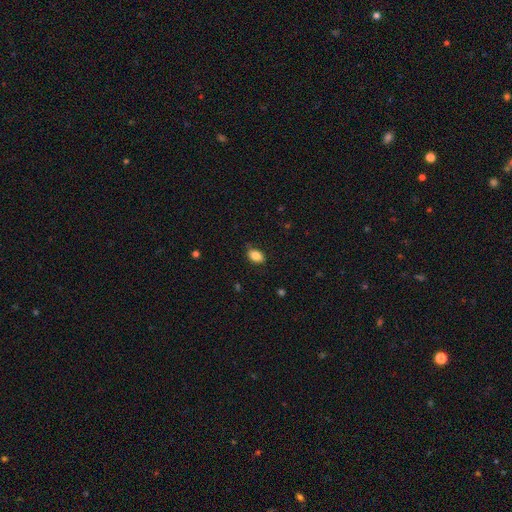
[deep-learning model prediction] A smooth galaxy with no disk features (86%) that is in between round and cigar-shaped (82%).

Vote fractions:
- Smooth or featured? smooth: 86% / star or artifact: 9% / featured or disk: 6%
- How rounded? in between: 82% / round: 17% / cigar-shaped: 1%
- Merging? none: 82% / minor disturbance: 14% / major disturbance: 3% / merger: 1%